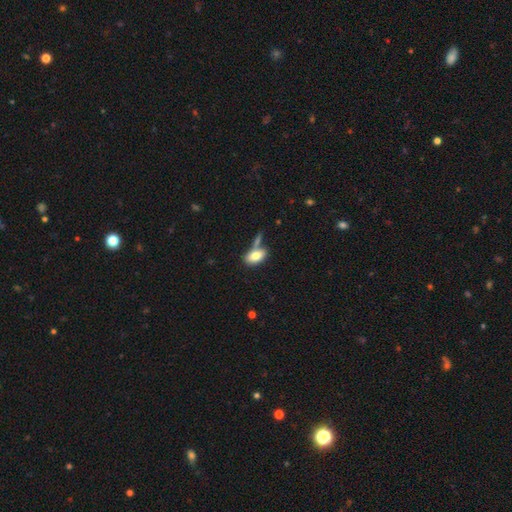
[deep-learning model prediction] Smooth or featured? Predicted: smooth (p=0.78). How rounded? Predicted: in between (p=0.91). Merging? Predicted: none (p=0.52).